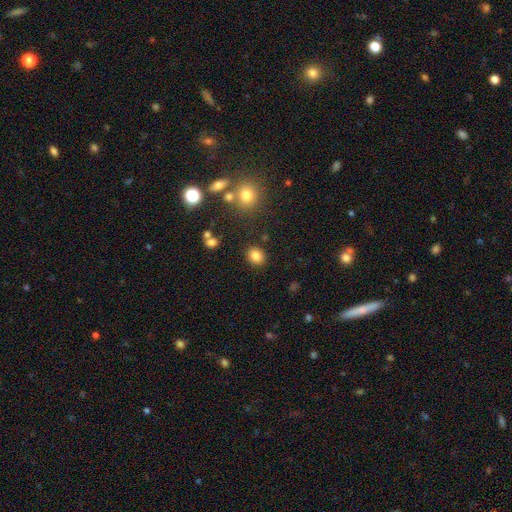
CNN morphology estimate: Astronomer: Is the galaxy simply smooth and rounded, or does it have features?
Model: smooth — 83%.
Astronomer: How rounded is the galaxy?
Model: round — 66%.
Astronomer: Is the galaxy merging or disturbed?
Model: none — 86%.